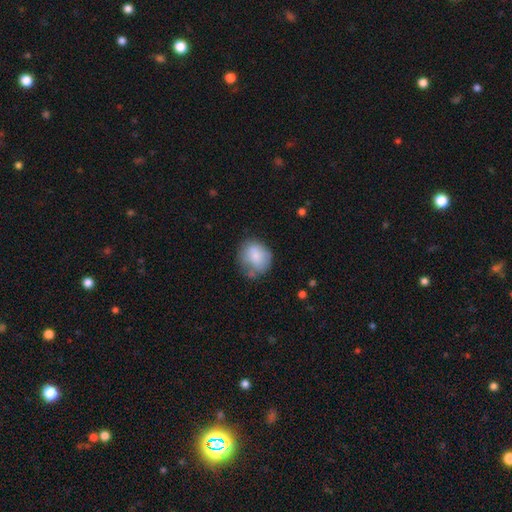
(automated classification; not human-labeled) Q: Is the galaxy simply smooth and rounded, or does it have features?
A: smooth — 76%.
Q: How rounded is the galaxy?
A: round — 66%.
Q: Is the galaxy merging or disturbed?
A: none — 51%.